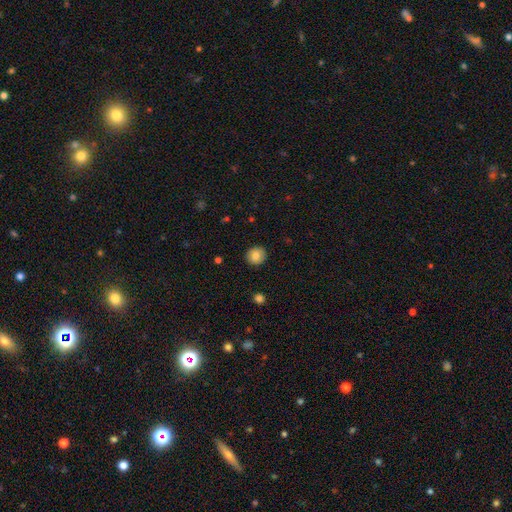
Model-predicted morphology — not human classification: Smooth or featured: smooth — 81% (featured or disk — 11%)
How rounded: round — 91% (in between — 8%)
Merging: none — 92% (minor disturbance — 6%)